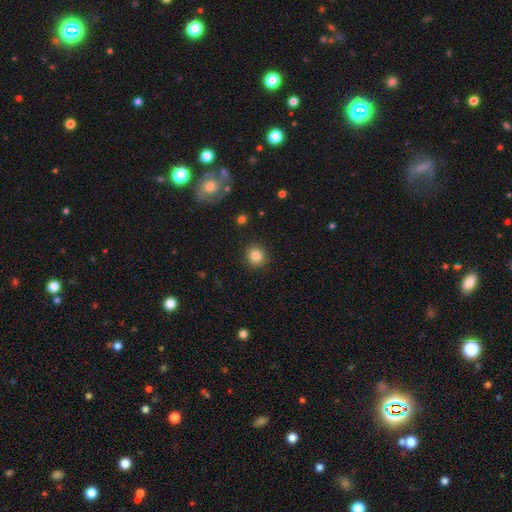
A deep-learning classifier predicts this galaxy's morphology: This is clearly a smooth galaxy (83%). How rounded: clearly round (88%). Merging: clearly none (90%).